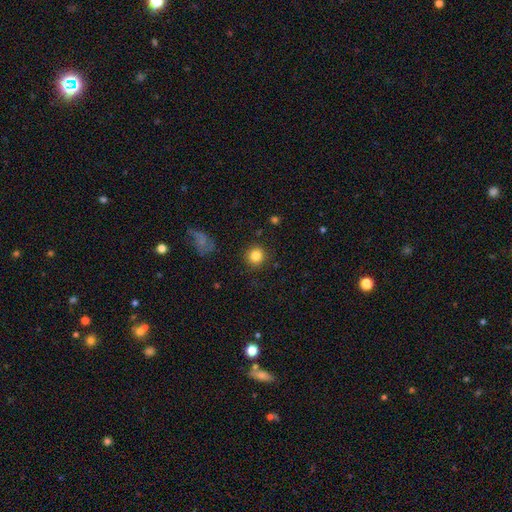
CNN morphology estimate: smooth-or-featured: smooth: 84% | star or artifact: 10% | featured or disk: 6%
  how-rounded: round: 93% | in between: 6% | cigar-shaped: 1%
  merging: none: 90% | minor disturbance: 6% | major disturbance: 2% | merger: 1%